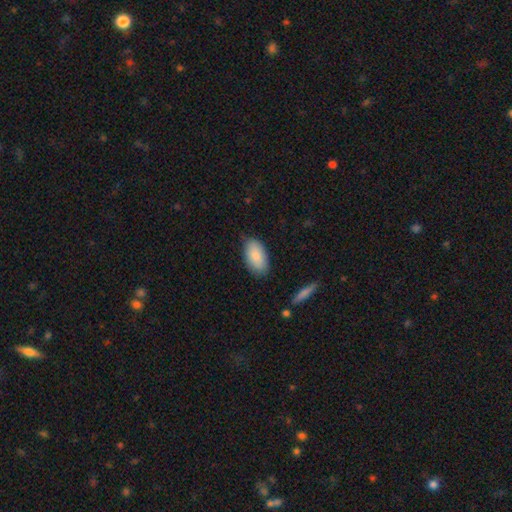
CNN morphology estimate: smooth_or_featured: smooth (p=0.85) [alt: featured or disk p=0.09]
how_rounded: in between (p=0.94) [alt: round p=0.03]
merging: none (p=0.79) [alt: minor disturbance p=0.17]